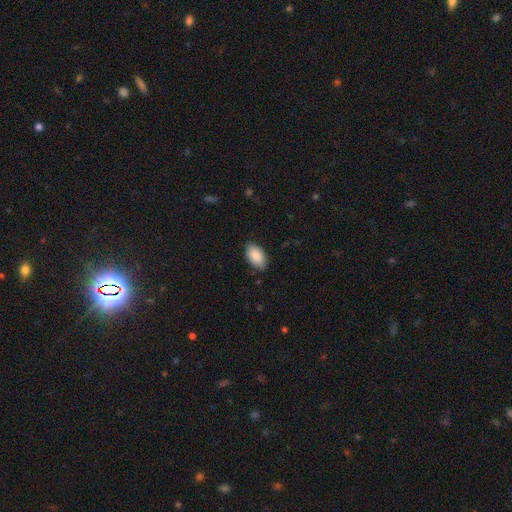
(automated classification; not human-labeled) Smooth or featured?
  - smooth: 87% *
  - featured or disk: 7%
  - star or artifact: 6%
How rounded?
  - in between: 94% *
  - round: 4%
  - cigar-shaped: 2%
Merging?
  - none: 84% *
  - minor disturbance: 13%
  - major disturbance: 2%
  - merger: 1%